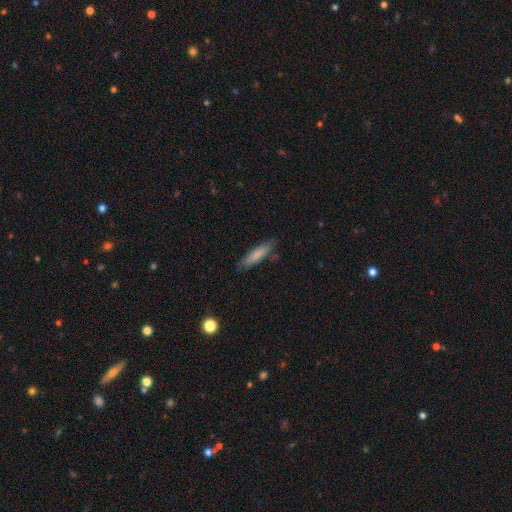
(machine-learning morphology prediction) A smooth galaxy with no disk features (73%) that is cigar-shaped (83%). Merging: none (82%).